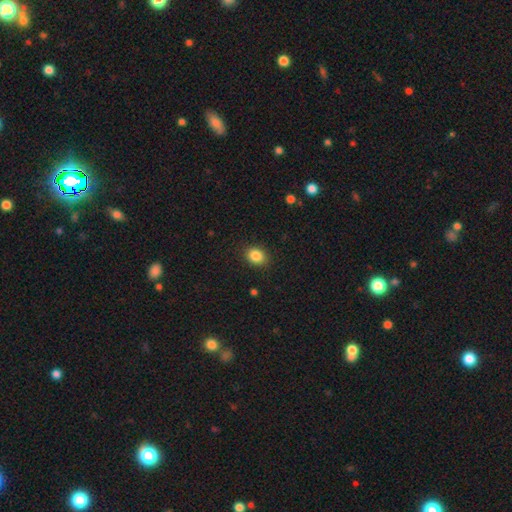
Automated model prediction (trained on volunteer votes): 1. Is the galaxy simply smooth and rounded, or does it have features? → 86% smooth, 10% star or artifact, 5% featured or disk.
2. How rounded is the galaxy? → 52% in between, 47% round, 1% cigar-shaped.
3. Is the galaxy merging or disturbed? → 88% none, 9% minor disturbance, 2% major disturbance, 1% merger.